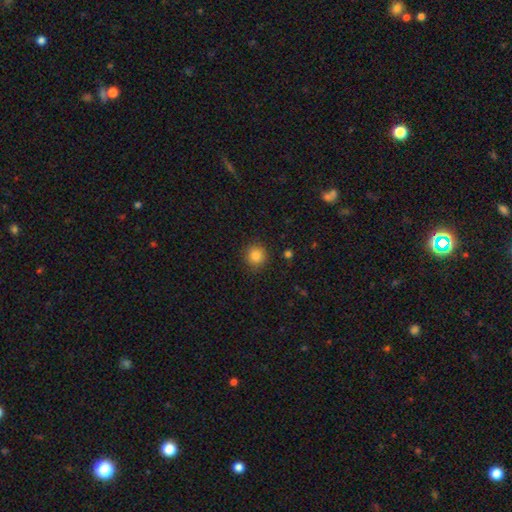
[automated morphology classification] smooth 85%, star or artifact 11%, featured or disk 4%. Down the decision tree: how rounded — round (92%); merging — none (89%).